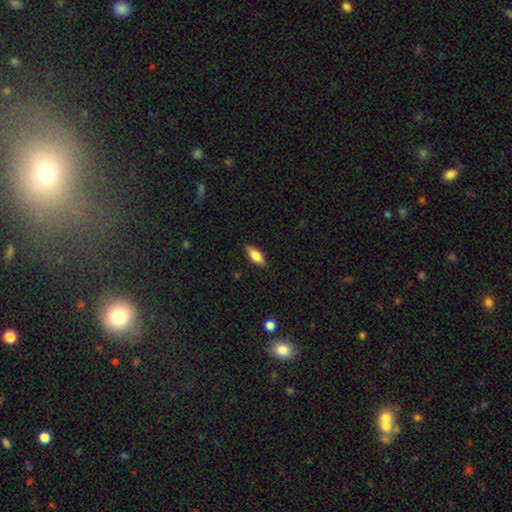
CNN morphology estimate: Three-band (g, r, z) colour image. It shows a smooth galaxy with no disk features (72%) that is in between round and cigar-shaped (78%). Merging: none (85%).